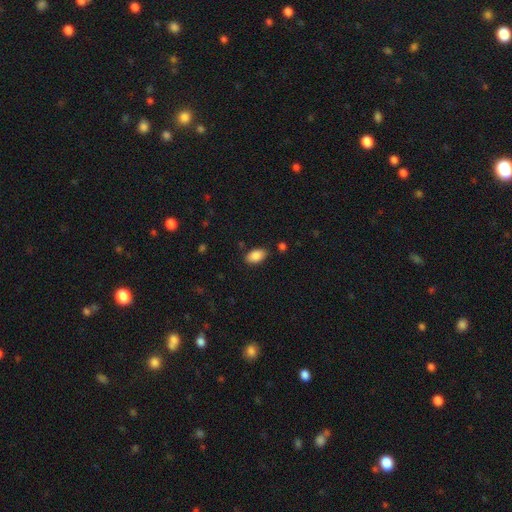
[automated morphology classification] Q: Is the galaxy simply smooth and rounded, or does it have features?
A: smooth — 88%.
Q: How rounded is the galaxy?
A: in between — 94%.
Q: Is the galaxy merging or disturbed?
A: none — 84%.